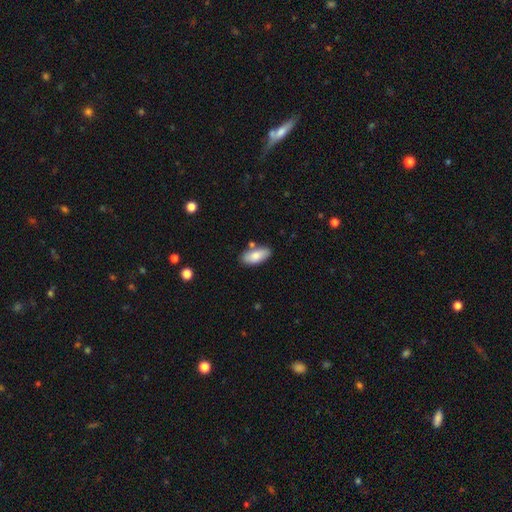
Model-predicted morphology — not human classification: type=smooth (82%); roundness=in between (88%); merging=none (78%).